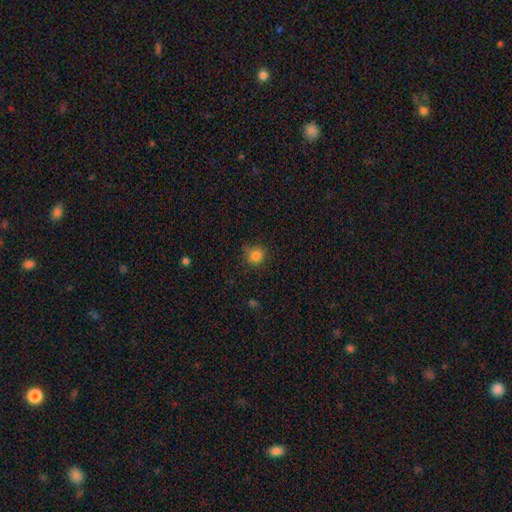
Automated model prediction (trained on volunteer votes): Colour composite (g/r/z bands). It shows a smooth galaxy with no disk features (82%) that is round (85%). Merging: none (77%).